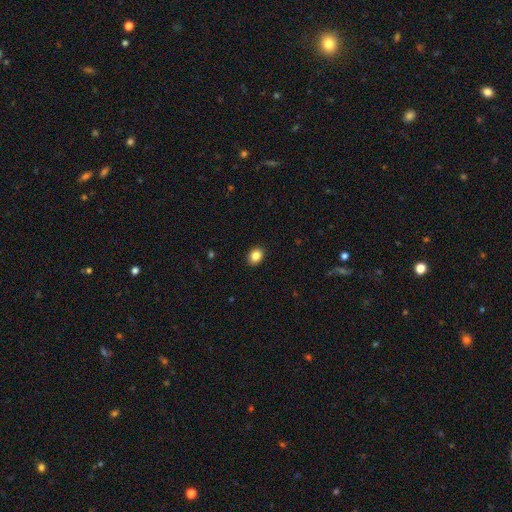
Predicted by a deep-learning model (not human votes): smooth 85%, star or artifact 10%, featured or disk 5%. Down the decision tree: how rounded — in between (55%); merging — none (90%).